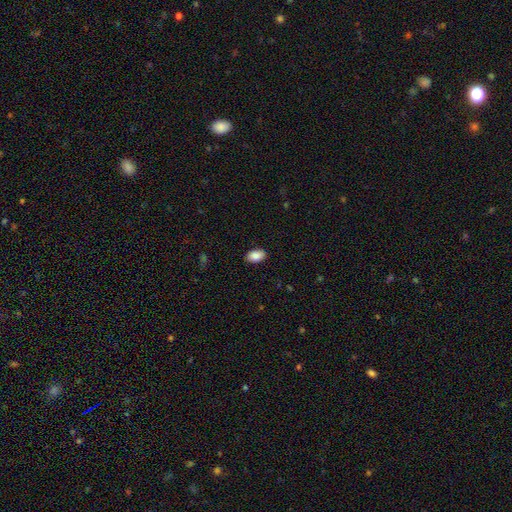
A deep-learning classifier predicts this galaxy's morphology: Smooth or featured: smooth — 88% (star or artifact — 7%)
How rounded: in between — 92% (round — 6%)
Merging: none — 88% (minor disturbance — 9%)